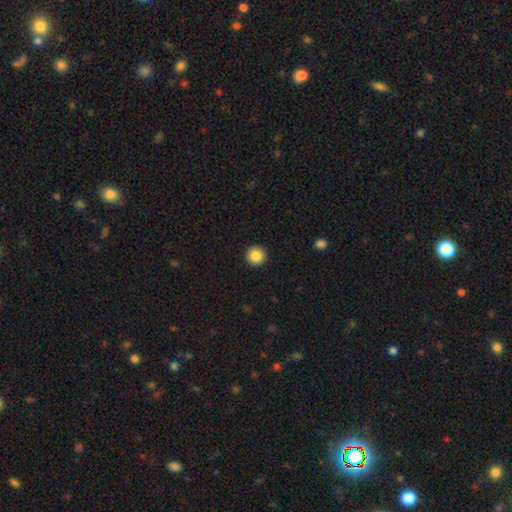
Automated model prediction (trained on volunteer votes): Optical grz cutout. It shows a smooth galaxy with no disk features (87%) that is round (96%). Merging: none (93%).